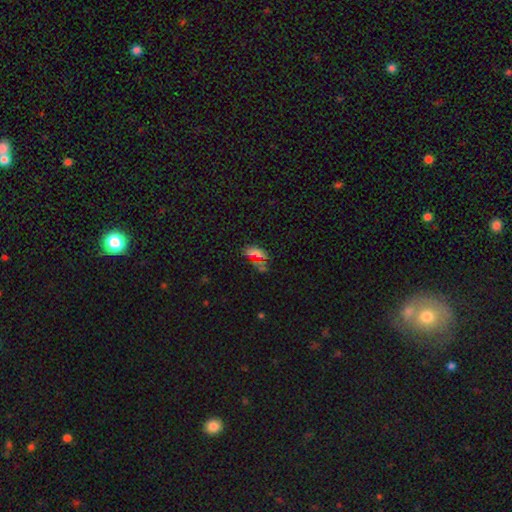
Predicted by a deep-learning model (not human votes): Morphology: type=smooth (59%); roundness=in between (83%); merging=none (59%).